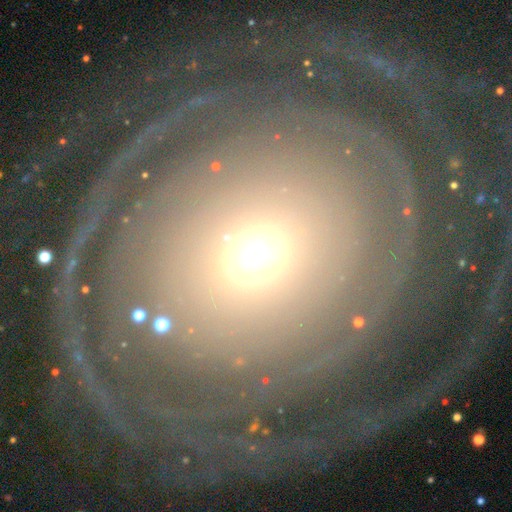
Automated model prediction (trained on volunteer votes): A smooth galaxy with no disk features (60%) that is round (60%). Merging: none (72%).